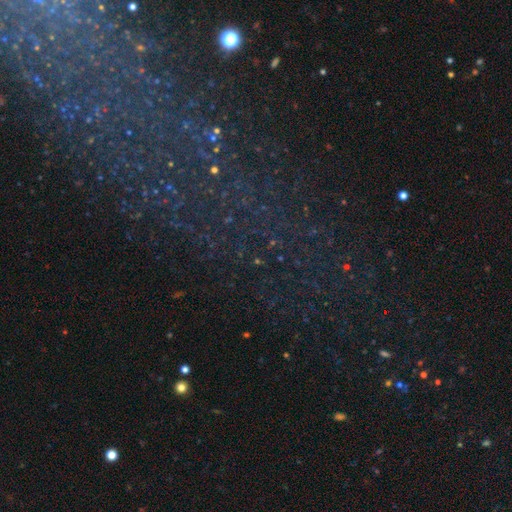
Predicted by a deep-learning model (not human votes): The model was most divided on "smooth or featured": star or artifact: 69%, featured or disk: 17%, smooth: 15%.